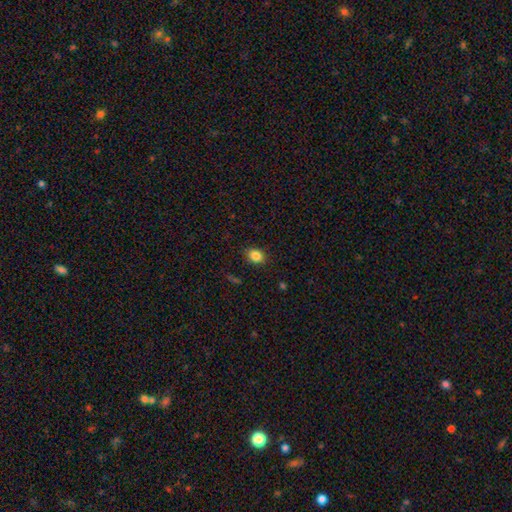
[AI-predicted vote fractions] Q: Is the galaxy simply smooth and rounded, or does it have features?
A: smooth — 85%.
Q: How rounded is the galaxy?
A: in between — 58%.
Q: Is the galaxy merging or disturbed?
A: none — 86%.